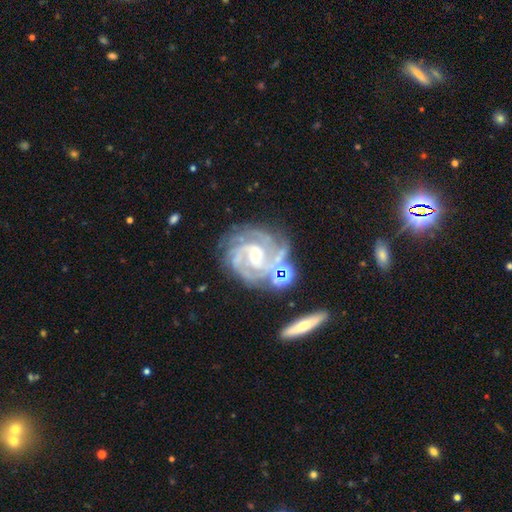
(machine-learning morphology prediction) Q: Smooth or featured?
A: featured or disk (91%); runner-up: star or artifact (6%)
Q: Edge-on disk?
A: no (97%); runner-up: yes (3%)
Q: Bar?
A: no (54%); runner-up: weak (32%)
Q: Spiral arms?
A: yes (98%); runner-up: no (2%)
Q: Spiral winding?
A: tight (67%); runner-up: medium (29%)
Q: Spiral arm count?
A: 3 (35%); runner-up: 4 (28%)
Q: Bulge size?
A: small (65%); runner-up: moderate (32%)
Q: Merging?
A: none (68%); runner-up: minor disturbance (18%)